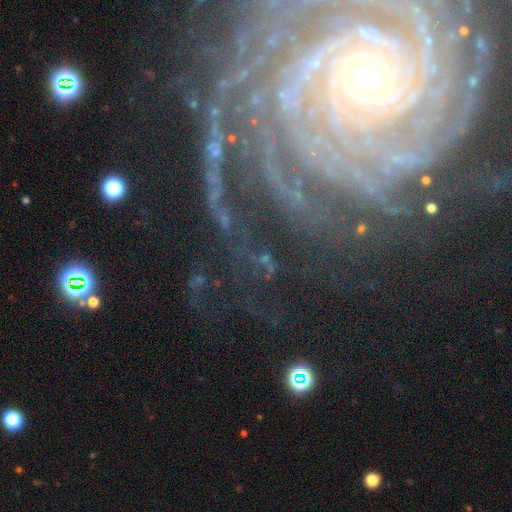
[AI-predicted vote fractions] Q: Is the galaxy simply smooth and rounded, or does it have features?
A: featured or disk — 81%.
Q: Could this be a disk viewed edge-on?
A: no — 96%.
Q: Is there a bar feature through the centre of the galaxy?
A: no — 57%.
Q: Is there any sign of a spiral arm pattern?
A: yes — 95%.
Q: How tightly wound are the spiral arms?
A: tight — 77%.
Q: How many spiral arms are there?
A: more than 4 — 31%.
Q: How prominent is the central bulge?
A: small — 48%.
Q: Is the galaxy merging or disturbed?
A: none — 74%.